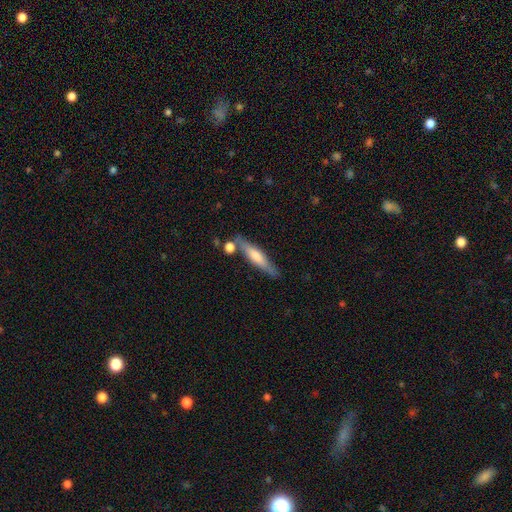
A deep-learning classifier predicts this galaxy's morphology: Smooth or featured? featured or disk (49%)
Merging? none (72%)